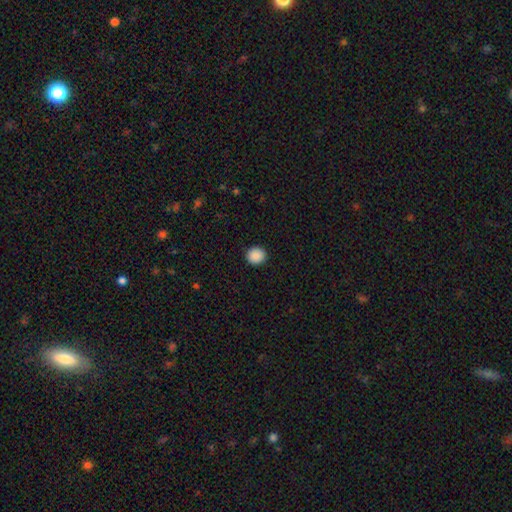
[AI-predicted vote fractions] This appears to be a smooth galaxy with no disk features (90%) that is round (88%). Merging: none (92%).